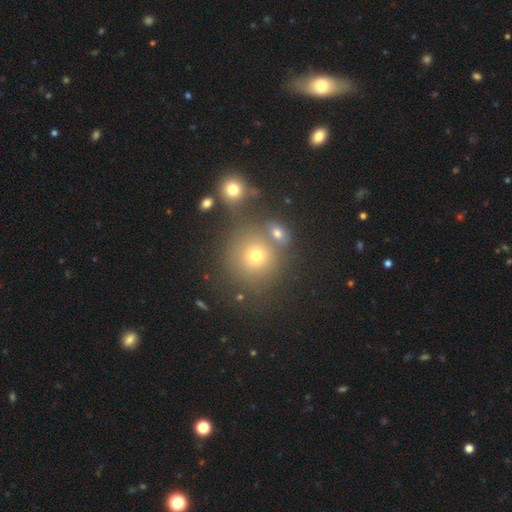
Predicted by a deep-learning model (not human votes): smooth 67%, star or artifact 21%, featured or disk 12%. Down the decision tree: how rounded — round (89%); merging — none (64%).